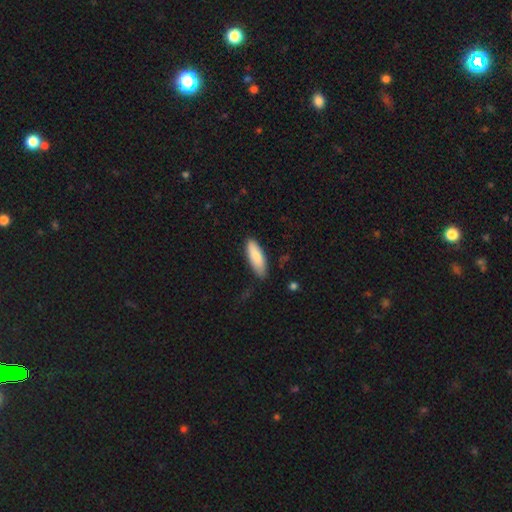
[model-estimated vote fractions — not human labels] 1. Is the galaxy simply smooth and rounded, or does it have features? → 85% smooth, 9% featured or disk, 5% star or artifact.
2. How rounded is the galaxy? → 62% in between, 37% cigar-shaped, 2% round.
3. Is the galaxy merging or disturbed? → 80% none, 15% minor disturbance, 3% major disturbance, 2% merger.